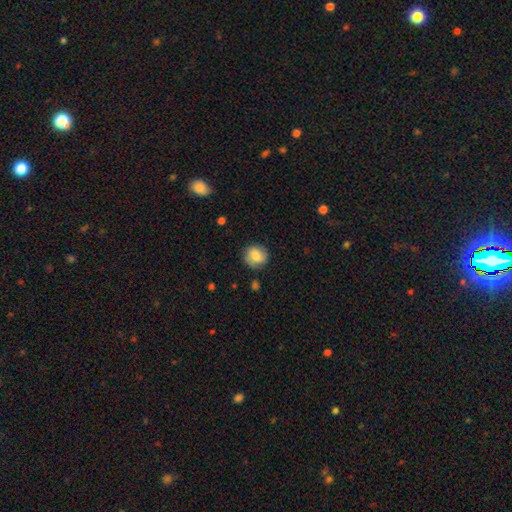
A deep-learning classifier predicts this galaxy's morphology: type=smooth (76%); roundness=round (84%); merging=none (81%).